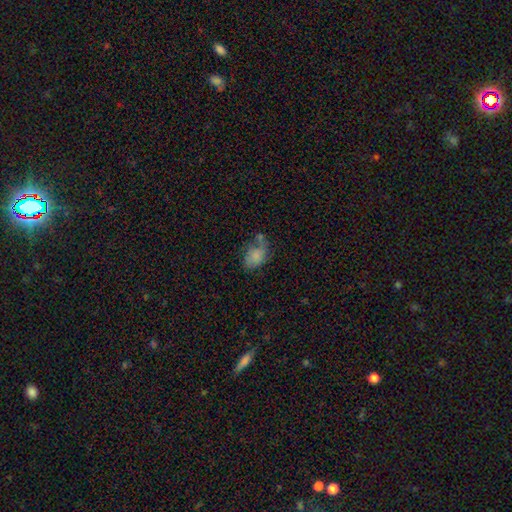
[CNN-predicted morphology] This appears to be a smooth galaxy with no disk features (73%) that is in between round and cigar-shaped (82%). Merging: none (39%).